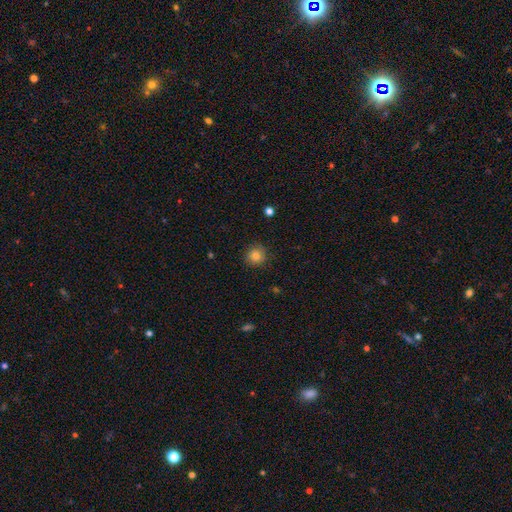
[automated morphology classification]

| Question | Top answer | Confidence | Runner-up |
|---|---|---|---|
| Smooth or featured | smooth | 83% | star or artifact (11%) |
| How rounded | round | 90% | in between (9%) |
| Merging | none | 86% | minor disturbance (10%) |